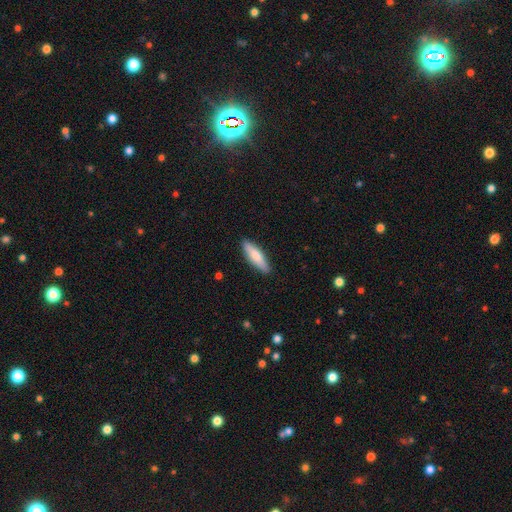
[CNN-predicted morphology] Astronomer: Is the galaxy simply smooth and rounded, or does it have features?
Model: smooth — 75%.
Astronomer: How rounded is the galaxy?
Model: cigar-shaped — 61% (runner-up: in between, 37%).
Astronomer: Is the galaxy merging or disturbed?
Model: none — 89%.